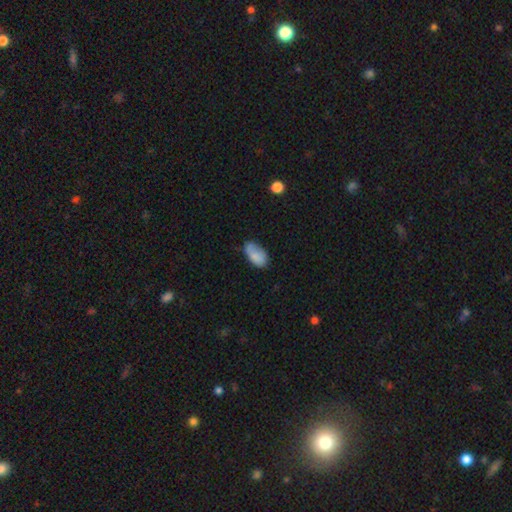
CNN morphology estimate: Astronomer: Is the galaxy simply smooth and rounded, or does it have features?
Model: smooth — 79%.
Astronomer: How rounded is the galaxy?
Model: in between — 93%.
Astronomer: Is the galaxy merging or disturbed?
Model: none — 52% (runner-up: minor disturbance, 32%).